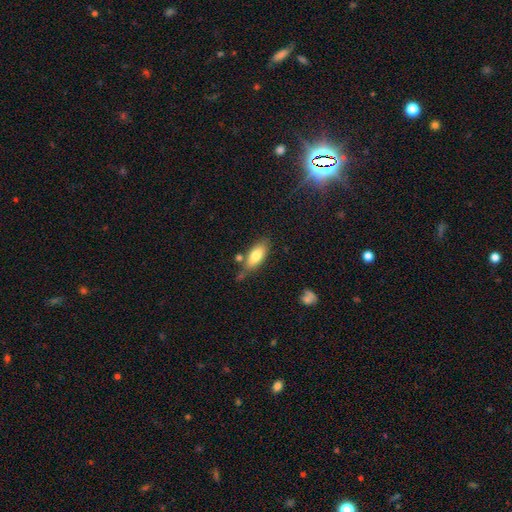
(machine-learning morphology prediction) smooth 77%, featured or disk 16%, star or artifact 7%. Down the decision tree: how rounded — in between (80%); merging — none (66%).